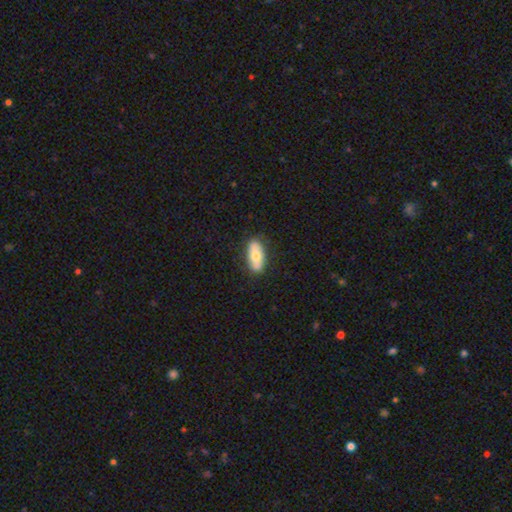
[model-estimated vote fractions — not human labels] This is likely a smooth galaxy (67%). How rounded: clearly in between (83%). Merging: clearly none (83%).